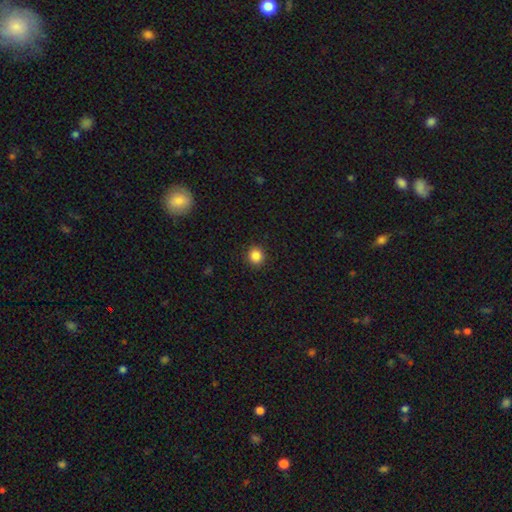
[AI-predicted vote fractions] The model was most divided on "smooth or featured": smooth: 86%, star or artifact: 11%, featured or disk: 3%. More confident: merging — none (92%); how rounded — round (90%).